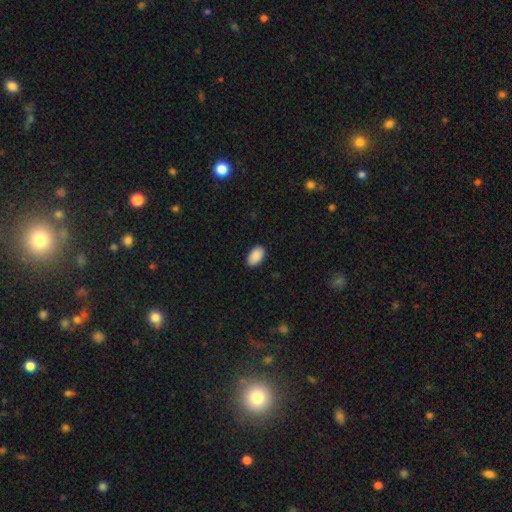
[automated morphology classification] smooth_or_featured: smooth (p=0.91) [alt: star or artifact p=0.07]
how_rounded: in between (p=0.94) [alt: round p=0.04]
merging: none (p=0.89) [alt: minor disturbance p=0.09]